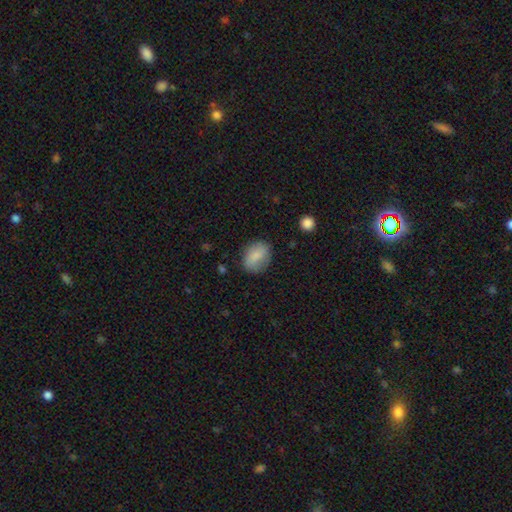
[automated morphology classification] The model was most divided on "how rounded": in between: 71%, round: 27%, cigar-shaped: 2%. More confident: smooth or featured — smooth (82%); merging — none (76%).